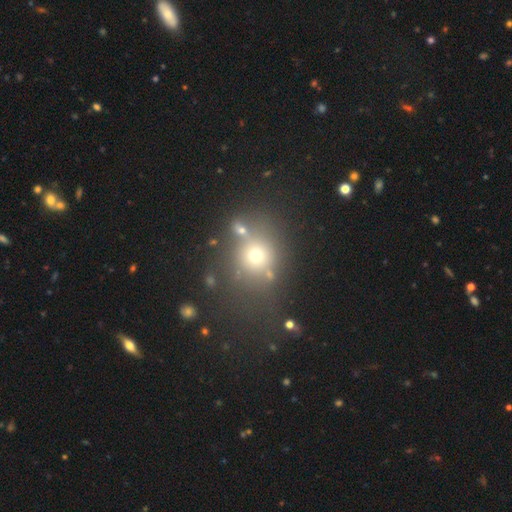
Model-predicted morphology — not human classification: type=smooth (60%); roundness=round (73%); merging=none (62%).